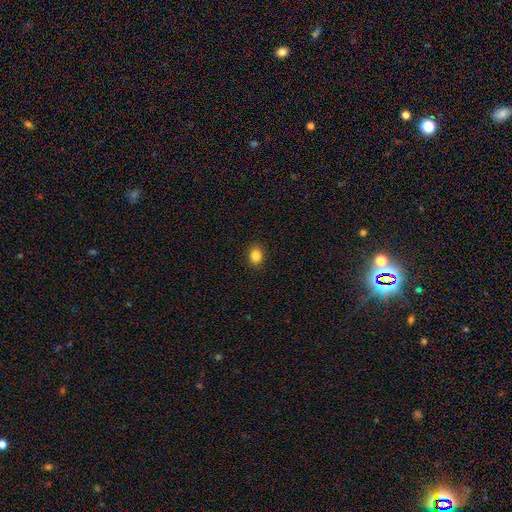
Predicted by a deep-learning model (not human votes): A smooth galaxy with no disk features (85%) that is round (51%).

Vote fractions:
- Smooth or featured? smooth: 85% / star or artifact: 11% / featured or disk: 4%
- How rounded? round: 51% / in between: 48% / cigar-shaped: 1%
- Merging? none: 91% / minor disturbance: 6% / major disturbance: 2% / merger: 1%